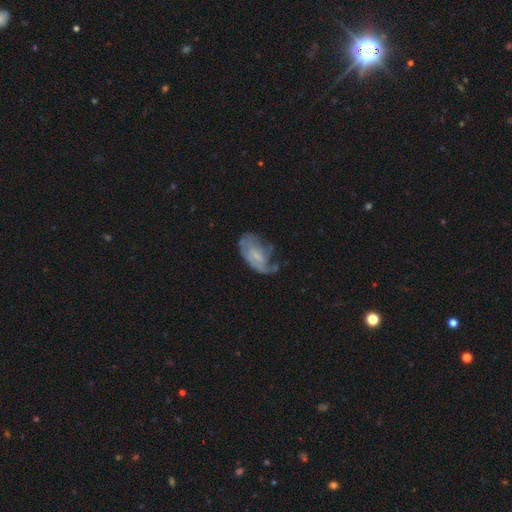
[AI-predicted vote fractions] Smooth or featured? Predicted: featured or disk (p=0.57). Edge-on disk? Predicted: no (p=0.95). Bar? Predicted: no (p=0.55). Spiral arms? Predicted: yes (p=0.67). Bulge size? Predicted: small (p=0.46). Merging? Predicted: none (p=0.34).